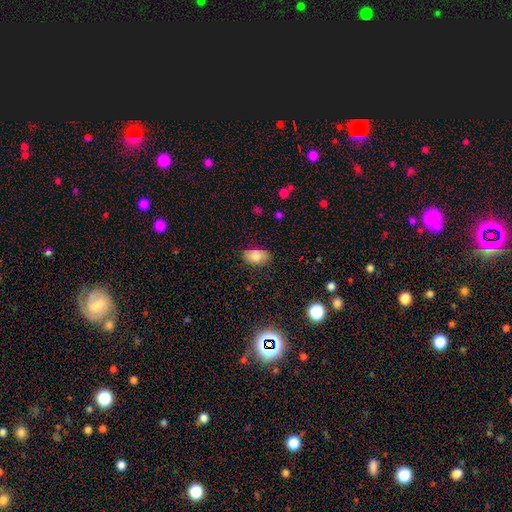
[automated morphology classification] type=smooth (80%); roundness=in between (90%); merging=none (79%).